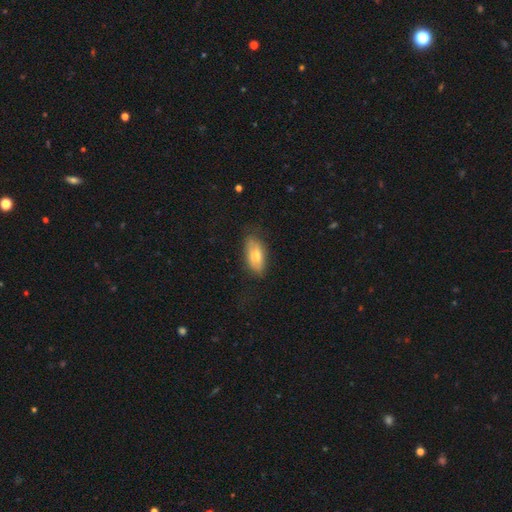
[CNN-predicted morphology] smooth-or-featured: smooth: 69% | featured or disk: 24% | star or artifact: 7%
  how-rounded: in between: 88% | cigar-shaped: 9% | round: 3%
  merging: none: 71% | minor disturbance: 22% | major disturbance: 6% | merger: 1%